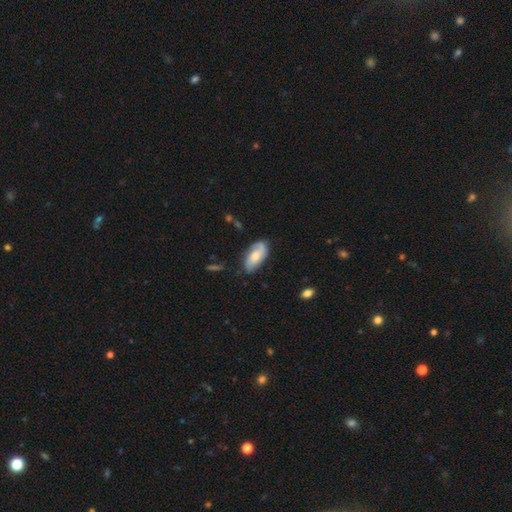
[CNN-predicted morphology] Overall: featured or disk (55%; smooth 39%). Edge-on disk: no (93%). Bar: no (61%; weak 32%). Spiral arms: yes (89%). Bulge size: moderate (51%; small 31%). Merging: none (73%).